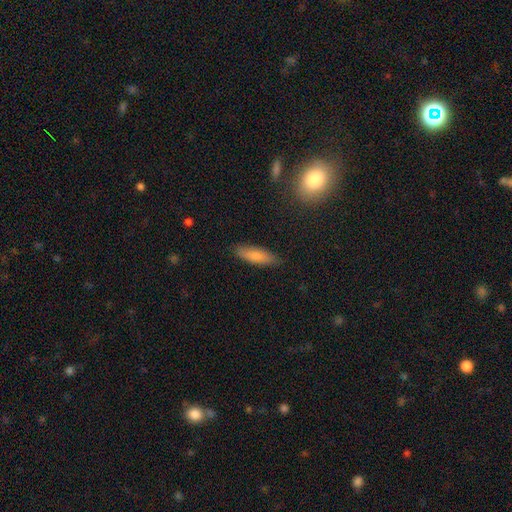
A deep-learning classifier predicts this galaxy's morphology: Smooth or featured?
  - smooth: 79% *
  - featured or disk: 14%
  - star or artifact: 7%
How rounded?
  - cigar-shaped: 49% * (tied)
  - in between: 49% * (tied)
  - round: 2%
Merging?
  - none: 85% *
  - minor disturbance: 12%
  - major disturbance: 2%
  - merger: 1%